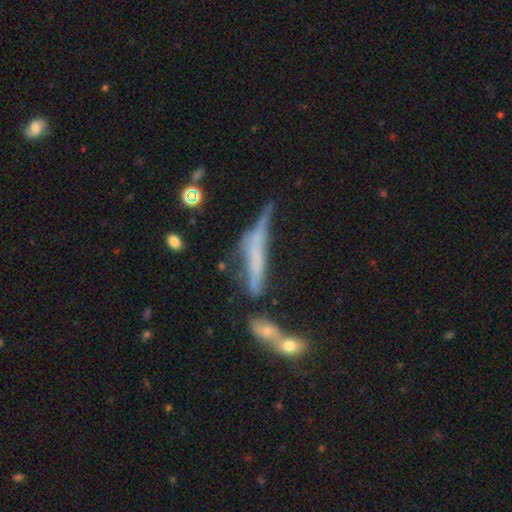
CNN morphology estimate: Smooth or featured?
  - featured or disk: 51% *
  - smooth: 36%
  - star or artifact: 13%
Edge-on disk?
  - yes: 74% *
  - no: 26%
Merging?
  - none: 30% *
  - minor disturbance: 26%
  - major disturbance: 23%
  - merger: 21%